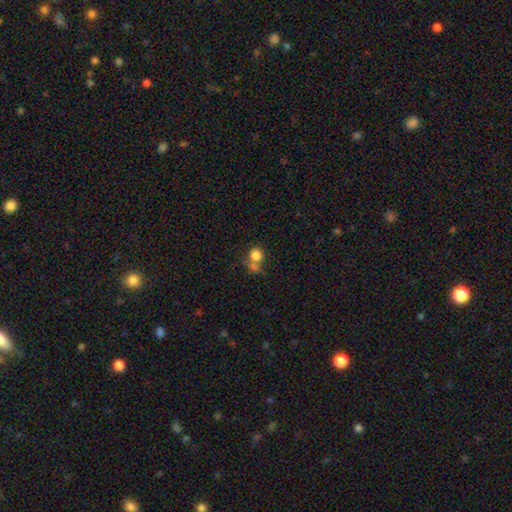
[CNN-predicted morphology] Q: Smooth or featured?
A: smooth (81%); runner-up: star or artifact (11%)
Q: How rounded?
A: round (83%); runner-up: in between (16%)
Q: Merging?
A: none (44%); runner-up: merger (40%)